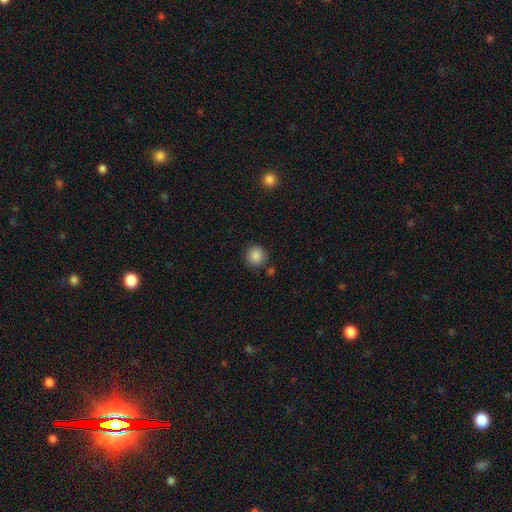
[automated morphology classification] A smooth galaxy with no disk features (87%) that is round (93%). Merging: none (85%).